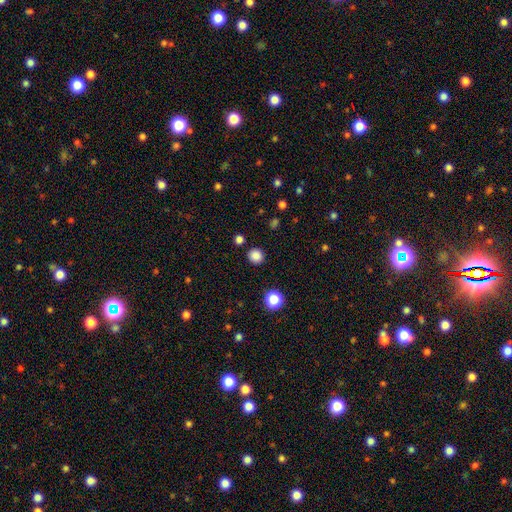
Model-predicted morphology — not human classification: smooth_or_featured: smooth (p=0.85) [alt: star or artifact p=0.12]
how_rounded: round (p=0.91) [alt: in between p=0.08]
merging: none (p=0.90) [alt: minor disturbance p=0.06]